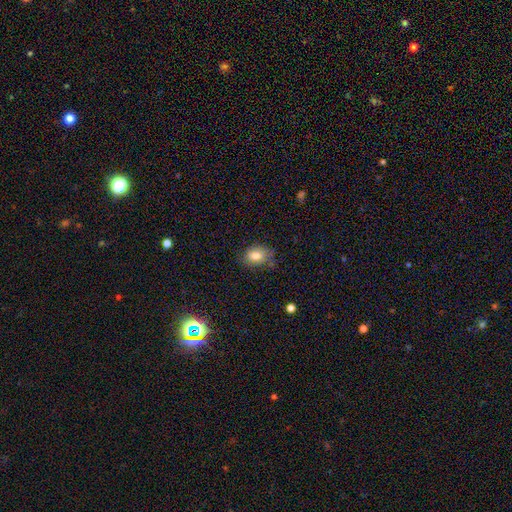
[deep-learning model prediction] smooth-or-featured: smooth: 80% | featured or disk: 11% | star or artifact: 9%
  how-rounded: in between: 73% | round: 26% | cigar-shaped: 1%
  merging: none: 71% | minor disturbance: 22% | major disturbance: 5% | merger: 2%